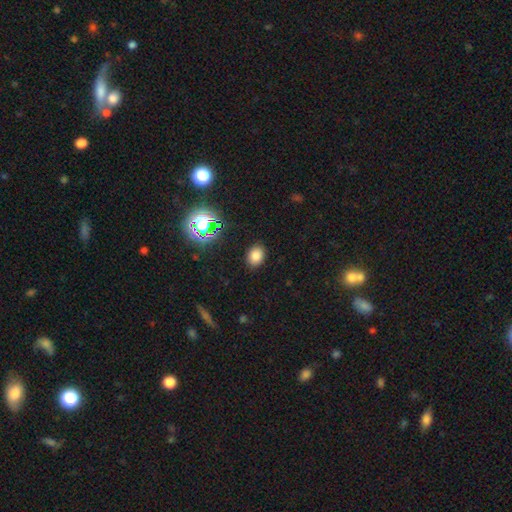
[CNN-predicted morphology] Smooth or featured?
  - smooth: 78% *
  - star or artifact: 16%
  - featured or disk: 6%
How rounded?
  - in between: 66% *
  - round: 33%
  - cigar-shaped: 1%
Merging?
  - none: 87% *
  - minor disturbance: 9%
  - major disturbance: 3%
  - merger: 1%